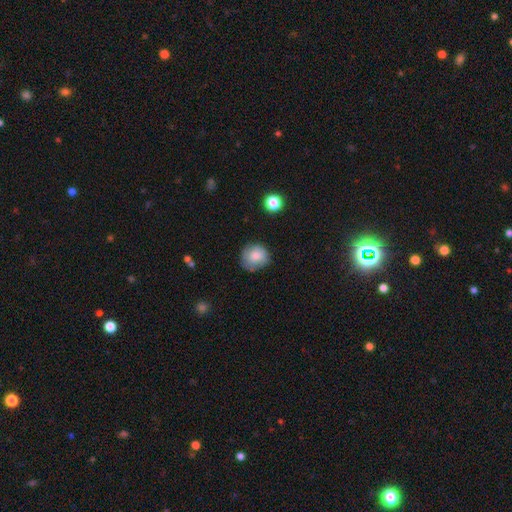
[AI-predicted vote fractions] The model was most divided on "merging": none: 70%, minor disturbance: 23%, major disturbance: 6%, merger: 2%. More confident: how rounded — round (85%); smooth or featured — smooth (79%).